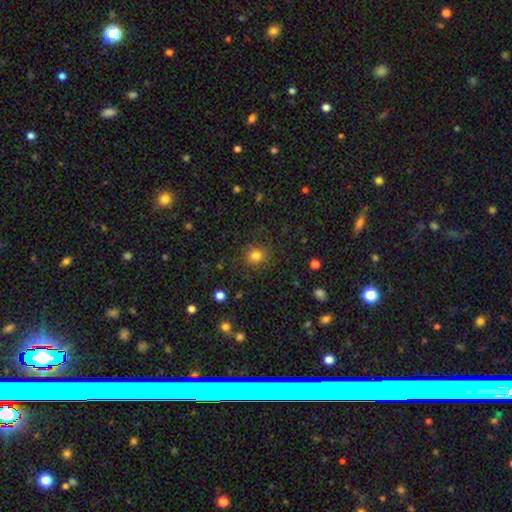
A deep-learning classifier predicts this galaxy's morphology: Smooth or featured? Predicted: smooth (p=0.81). How rounded? Predicted: round (p=0.83). Merging? Predicted: none (p=0.87).